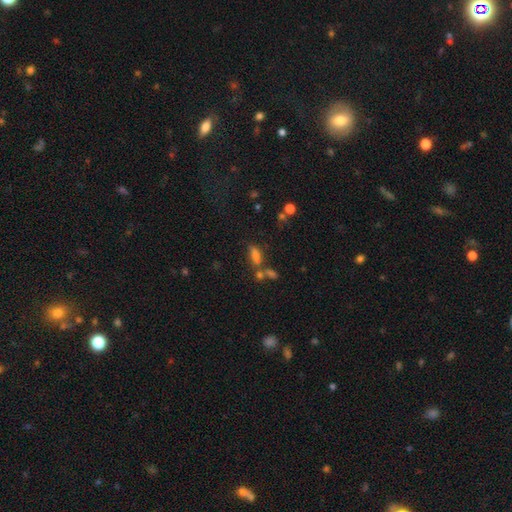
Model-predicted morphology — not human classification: Smooth or featured?
  - smooth: 63% *
  - star or artifact: 25%
  - featured or disk: 12%
How rounded?
  - in between: 70% *
  - cigar-shaped: 22%
  - round: 8%
Merging?
  - none: 48% *
  - merger: 30%
  - minor disturbance: 13%
  - major disturbance: 8%